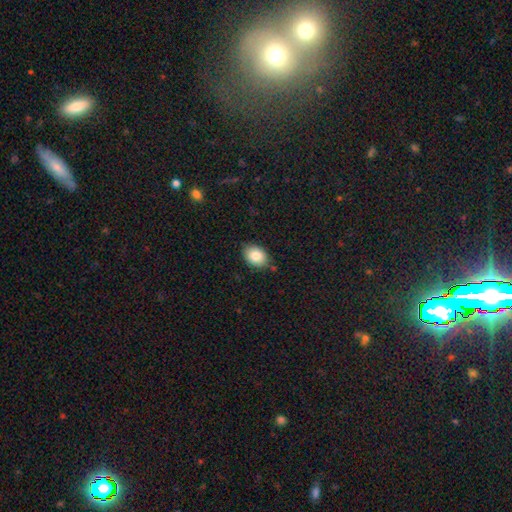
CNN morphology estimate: This is clearly a smooth galaxy (86%). How rounded: likely in between (78%). Merging: clearly none (83%).